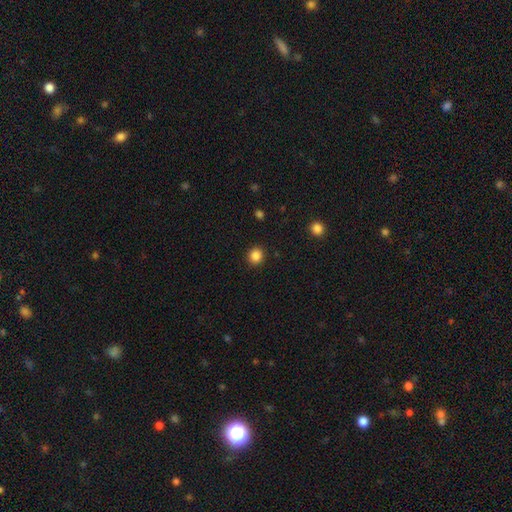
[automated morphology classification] This is clearly a smooth galaxy (85%). How rounded: clearly round (88%). Merging: clearly none (92%).